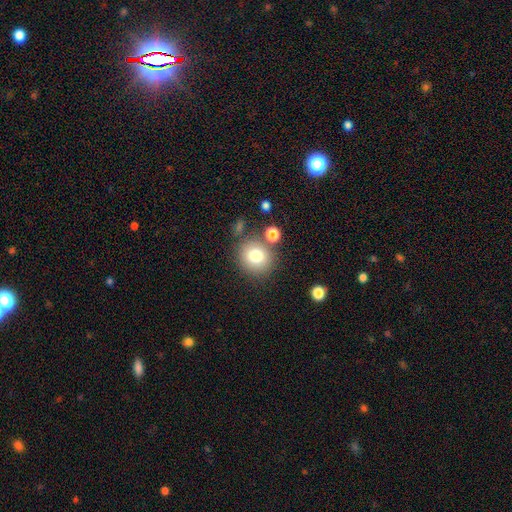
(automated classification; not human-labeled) Smooth or featured? smooth (78%)
How rounded? round (87%)
Merging? none (76%)